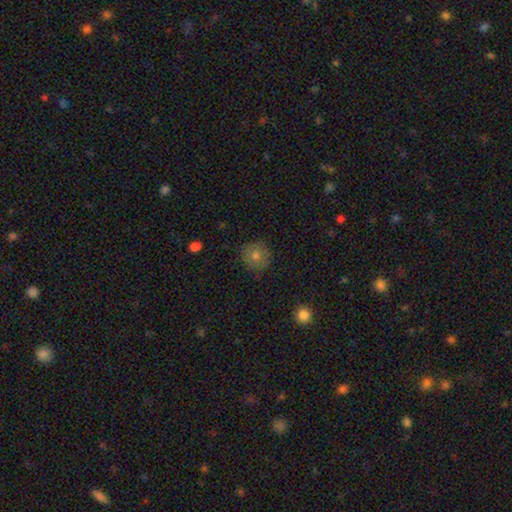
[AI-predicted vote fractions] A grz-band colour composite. It shows a smooth galaxy with no disk features (72%) that is round (91%). Merging: none (86%).